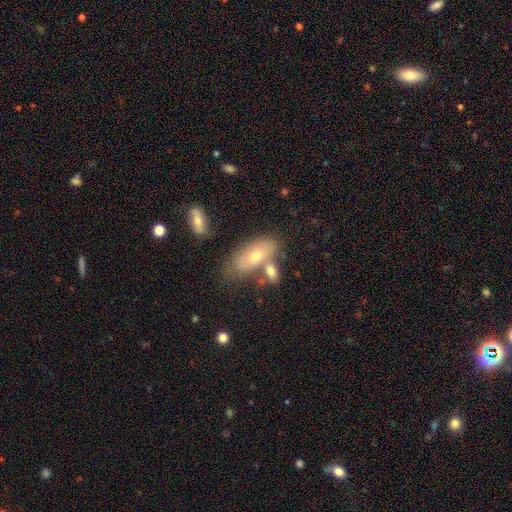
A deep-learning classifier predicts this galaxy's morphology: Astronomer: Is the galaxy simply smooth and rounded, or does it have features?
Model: smooth — 57% (runner-up: featured or disk, 35%).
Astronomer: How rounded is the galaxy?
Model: in between — 81%.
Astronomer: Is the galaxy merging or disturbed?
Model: none — 52% (runner-up: merger, 27%).